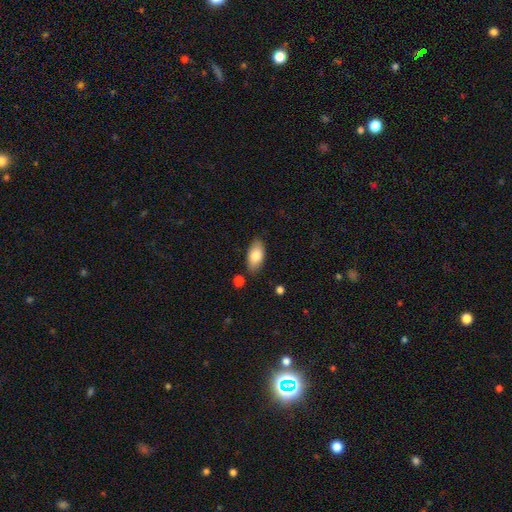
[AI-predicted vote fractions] A smooth galaxy with no disk features (83%) that is in between round and cigar-shaped (92%). Merging: none (83%).